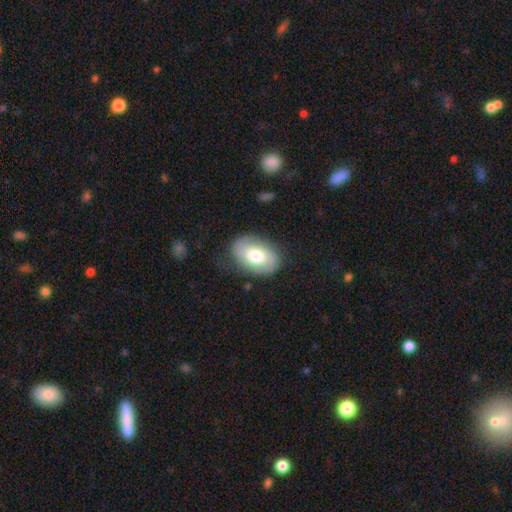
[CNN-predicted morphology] smooth 51%, featured or disk 43%, star or artifact 6%. Down the decision tree: how rounded — in between (87%); merging — none (75%).